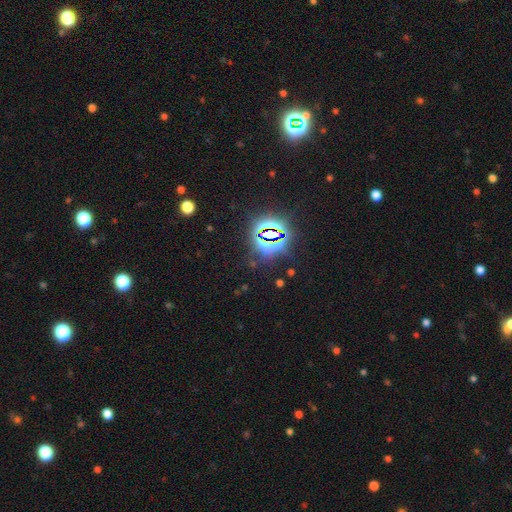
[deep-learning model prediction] The model was most divided on "smooth or featured": star or artifact: 85%, smooth: 9%, featured or disk: 6%.